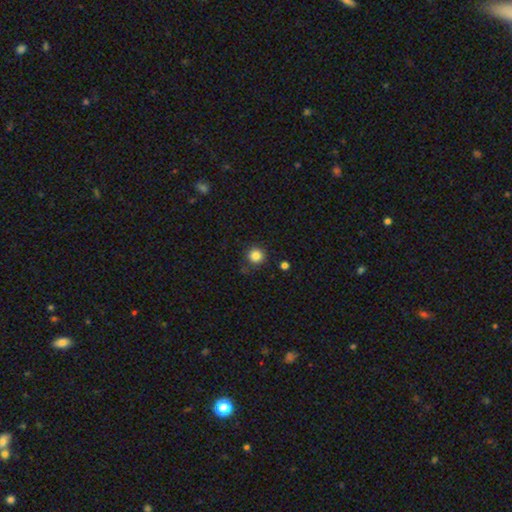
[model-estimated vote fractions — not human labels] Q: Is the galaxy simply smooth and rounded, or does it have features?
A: smooth — 85%.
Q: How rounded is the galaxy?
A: round — 95%.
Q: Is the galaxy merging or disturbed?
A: none — 85%.